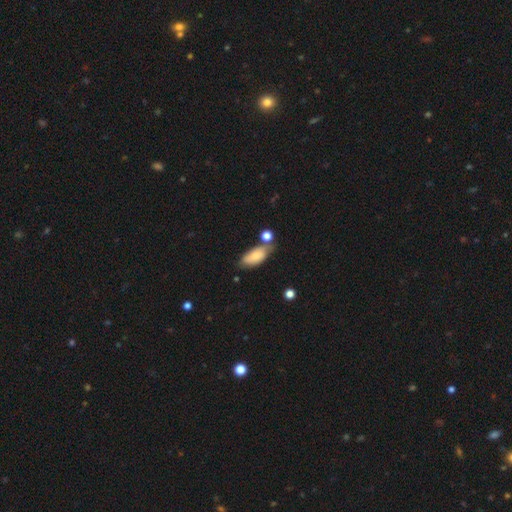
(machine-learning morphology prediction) Smooth or featured?
  - smooth: 77% *
  - featured or disk: 16%
  - star or artifact: 7%
How rounded?
  - in between: 86% *
  - cigar-shaped: 11%
  - round: 3%
Merging?
  - none: 54% *
  - minor disturbance: 24%
  - merger: 16%
  - major disturbance: 6%